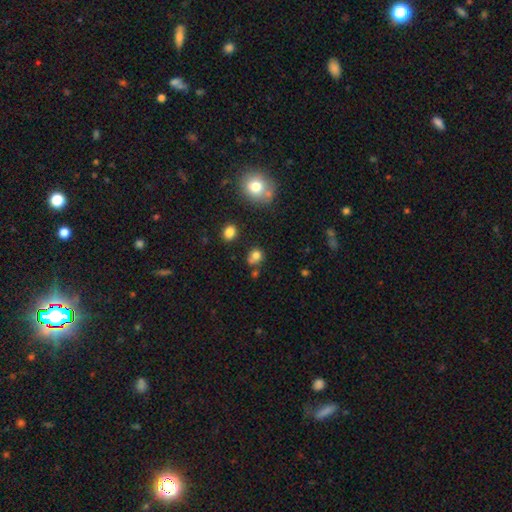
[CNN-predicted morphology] Overall: smooth (78%). How rounded: round (69%; in between 30%). Merging: none (54%; minor disturbance 20%).